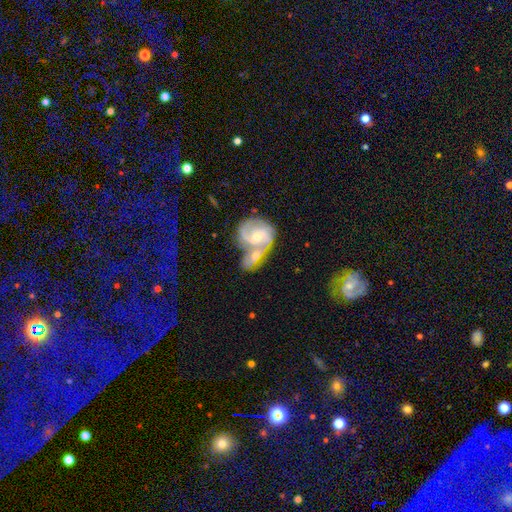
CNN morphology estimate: Smooth or featured? Predicted: featured or disk (p=0.73). Edge-on disk? Predicted: no (p=0.96). Bar? Predicted: no (p=0.48). Spiral arms? Predicted: yes (p=0.85). Spiral winding? Predicted: medium (p=0.46). Spiral arm count? Predicted: 2 (p=0.60). Bulge size? Predicted: moderate (p=0.60). Merging? Predicted: merger (p=0.65).